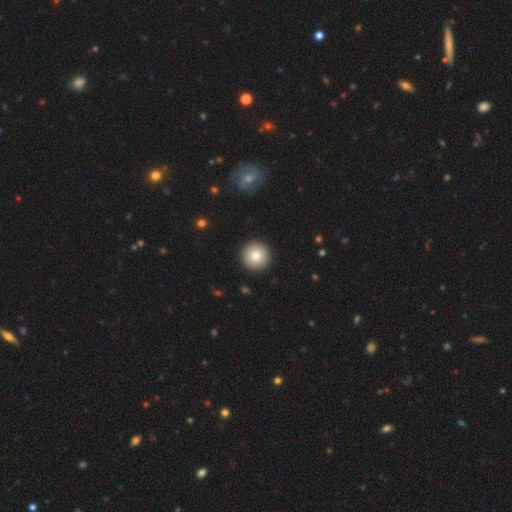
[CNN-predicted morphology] smooth_or_featured: smooth (p=0.81) [alt: featured or disk p=0.11]
how_rounded: round (p=0.96) [alt: in between p=0.03]
merging: none (p=0.93) [alt: minor disturbance p=0.04]